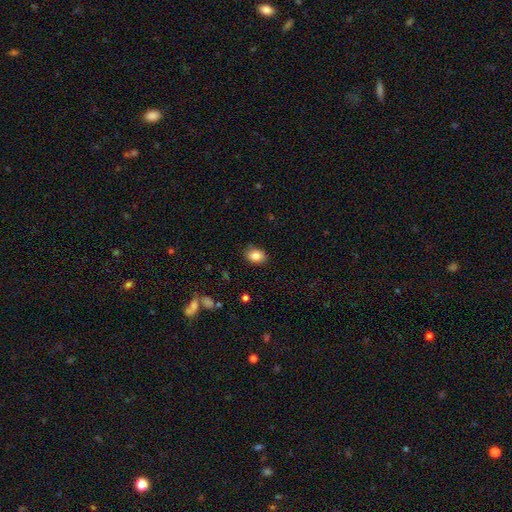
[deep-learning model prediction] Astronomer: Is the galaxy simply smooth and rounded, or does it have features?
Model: smooth — 85%.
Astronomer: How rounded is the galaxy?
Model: in between — 77%.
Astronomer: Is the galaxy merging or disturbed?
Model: none — 84%.